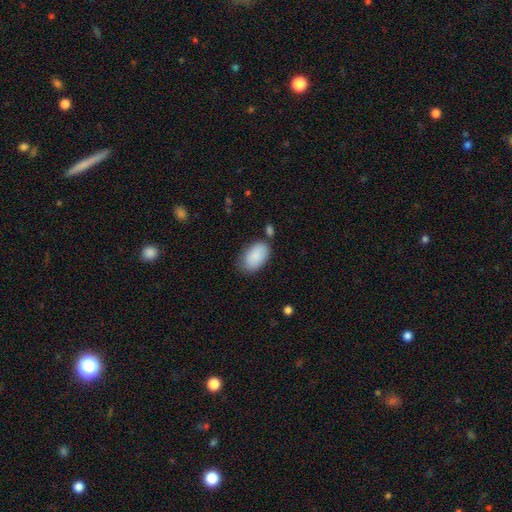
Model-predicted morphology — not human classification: This is clearly a smooth galaxy (87%). How rounded: clearly in between (95%). Merging: likely none (69%).